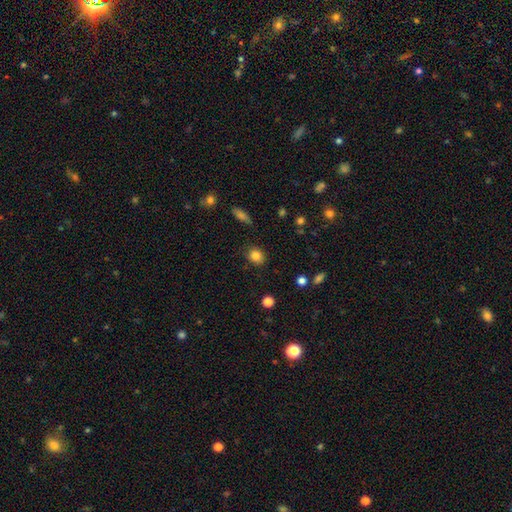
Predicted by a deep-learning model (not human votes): Smooth or featured: smooth — 84% (star or artifact — 10%)
How rounded: round — 64% (in between — 35%)
Merging: none — 85% (minor disturbance — 11%)